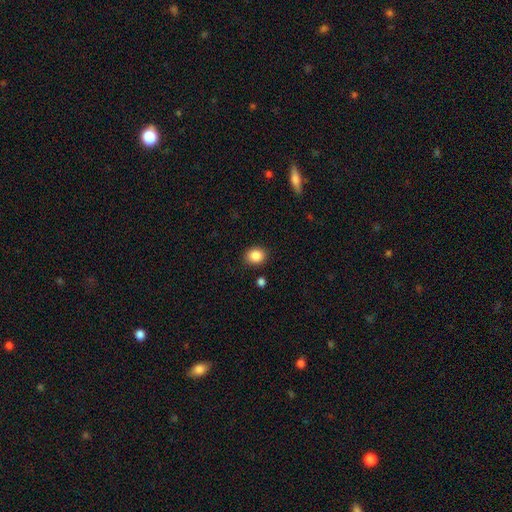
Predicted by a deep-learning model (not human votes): smooth_or_featured: smooth (p=0.87) [alt: star or artifact p=0.09]
how_rounded: round (p=0.66) [alt: in between p=0.33]
merging: none (p=0.87) [alt: minor disturbance p=0.08]